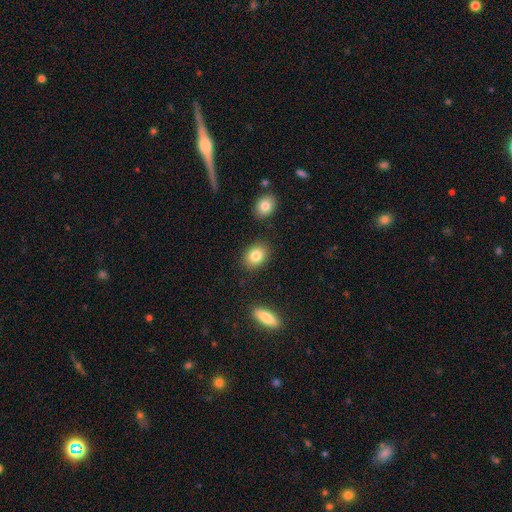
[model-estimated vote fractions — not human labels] A smooth galaxy with no disk features (84%) that is in between round and cigar-shaped (70%). Merging: none (85%).